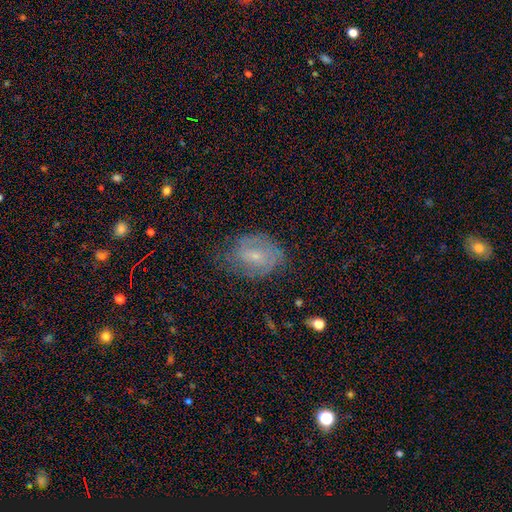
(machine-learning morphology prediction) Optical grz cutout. It shows a featured or disk galaxy (61%) with a weak bar (49%), spiral arms (82%) and a small central bulge (66%). Merging: none (61%).